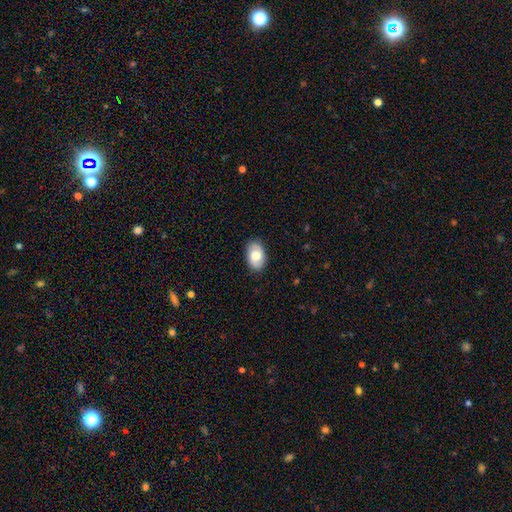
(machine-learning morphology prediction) smooth 67%, featured or disk 26%, star or artifact 7%. Down the decision tree: how rounded — in between (89%); merging — none (86%).